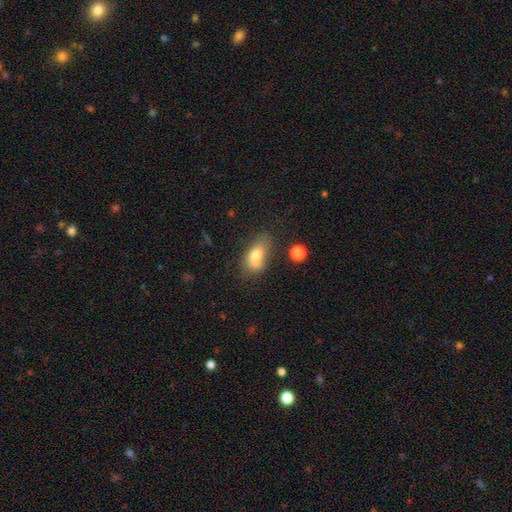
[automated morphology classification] This appears to be a smooth galaxy with no disk features (70%) that is in between round and cigar-shaped (82%). Merging: none (42%).